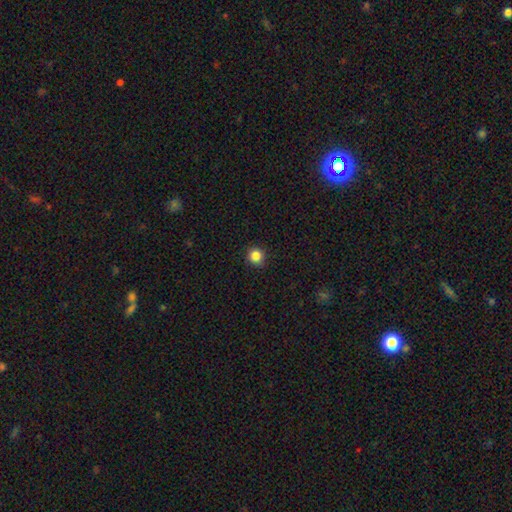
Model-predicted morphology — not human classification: This appears to be a smooth galaxy with no disk features (85%) that is round (93%). Merging: none (91%).